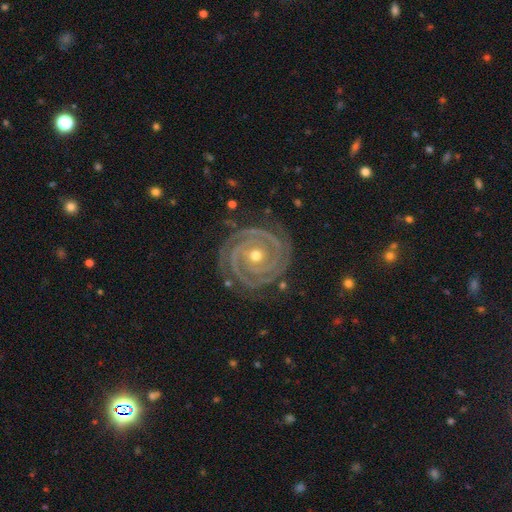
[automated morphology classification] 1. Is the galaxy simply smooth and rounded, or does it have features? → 93% featured or disk, 4% star or artifact, 3% smooth.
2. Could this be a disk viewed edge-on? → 98% no, 2% yes.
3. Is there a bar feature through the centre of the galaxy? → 67% no, 19% weak, 14% strong.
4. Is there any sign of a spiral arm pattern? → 99% yes, 1% no.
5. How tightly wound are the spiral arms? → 89% tight, 9% medium, 1% loose.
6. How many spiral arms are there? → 60% 2, 19% 3, 7% can't tell, 6% 4, 4% more than 4, 4% 1.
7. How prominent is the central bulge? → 55% moderate, 42% small, 1% large, 1% none, 1% dominant.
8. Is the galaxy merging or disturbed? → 83% none, 13% minor disturbance, 3% major disturbance, 2% merger.